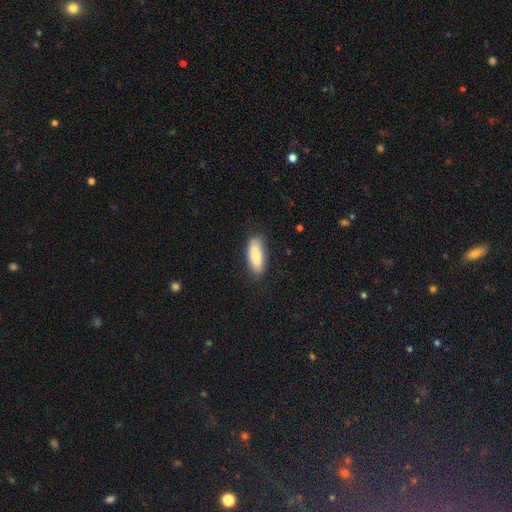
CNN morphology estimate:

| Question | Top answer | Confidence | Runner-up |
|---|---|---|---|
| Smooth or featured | smooth | 82% | featured or disk (12%) |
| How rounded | in between | 73% | cigar-shaped (25%) |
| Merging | none | 82% | minor disturbance (14%) |